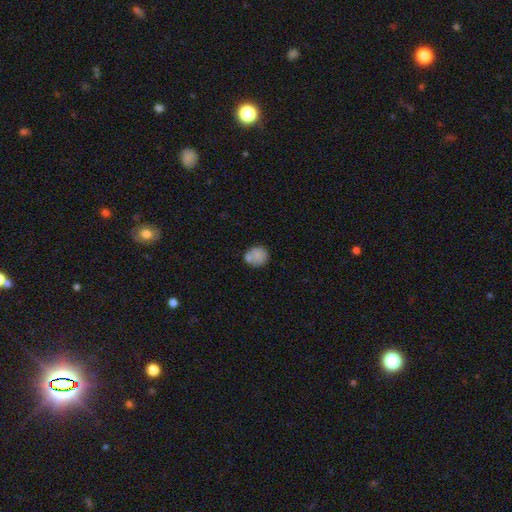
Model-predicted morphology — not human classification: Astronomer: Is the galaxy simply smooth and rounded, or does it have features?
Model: smooth — 77%.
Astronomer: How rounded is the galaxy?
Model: round — 82%.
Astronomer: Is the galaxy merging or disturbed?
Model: none — 59%.